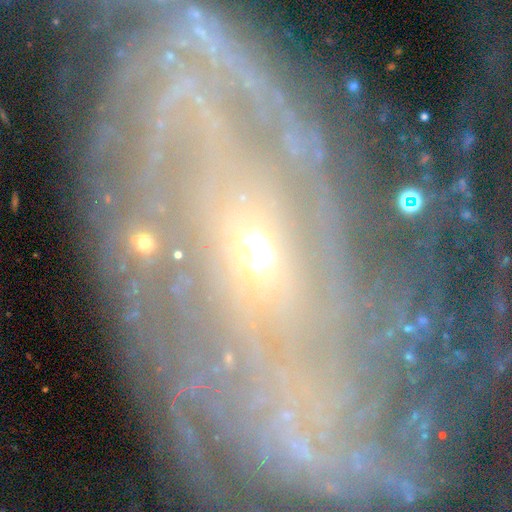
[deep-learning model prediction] smooth-or-featured: featured or disk: 85% | star or artifact: 9% | smooth: 7%
  disk-edge-on: no: 95% | yes: 5%
    bar: no: 59% | weak: 26% | strong: 15%
    has-spiral-arms: yes: 92% | no: 8%
      spiral-winding: tight: 53% | medium: 32% | loose: 15%
      spiral-arm-count: 2: 28% | can't tell: 26% | 3: 14% | more than 4: 12% | 4: 11% | 1: 10%
    bulge-size: small: 77% | moderate: 19% | none: 2% | large: 2% | dominant: 1%
  merging: none: 59% | minor disturbance: 20% | major disturbance: 17% | merger: 4%